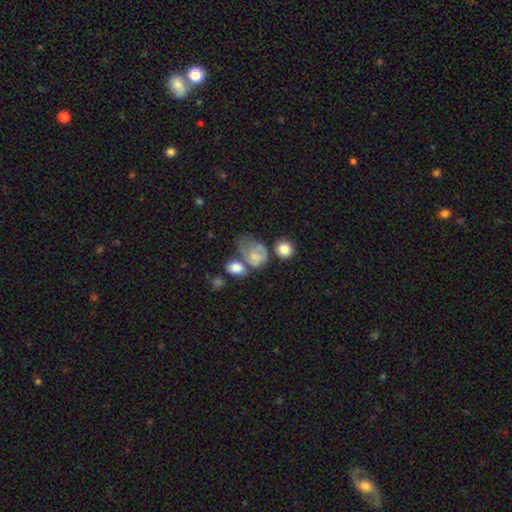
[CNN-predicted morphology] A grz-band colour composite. It shows a smooth galaxy with no disk features (66%) that is in between round and cigar-shaped (65%). Merging: major disturbance (33%).